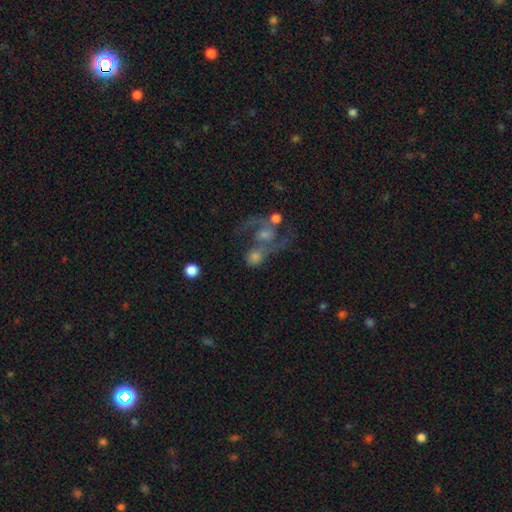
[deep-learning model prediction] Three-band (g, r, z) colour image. It shows a featured or disk galaxy (66%) with no bar (65%), 2 (74%) medium (44%) spiral arms (82%) and a moderate central bulge (44%). Merging: merger (46%).